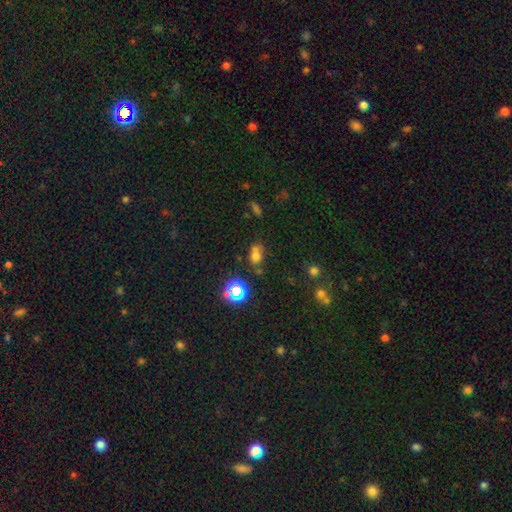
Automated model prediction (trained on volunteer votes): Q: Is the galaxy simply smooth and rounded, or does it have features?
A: smooth — 59%.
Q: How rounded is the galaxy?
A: in between — 63%.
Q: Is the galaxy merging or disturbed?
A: none — 45%.